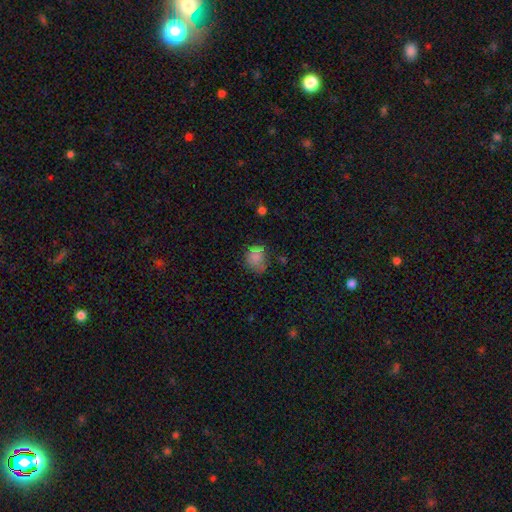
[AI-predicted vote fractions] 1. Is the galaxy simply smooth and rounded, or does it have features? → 74% smooth, 13% featured or disk, 12% star or artifact.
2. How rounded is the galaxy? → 57% round, 42% in between, 1% cigar-shaped.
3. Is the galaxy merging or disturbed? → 55% none, 27% minor disturbance, 11% major disturbance, 7% merger.